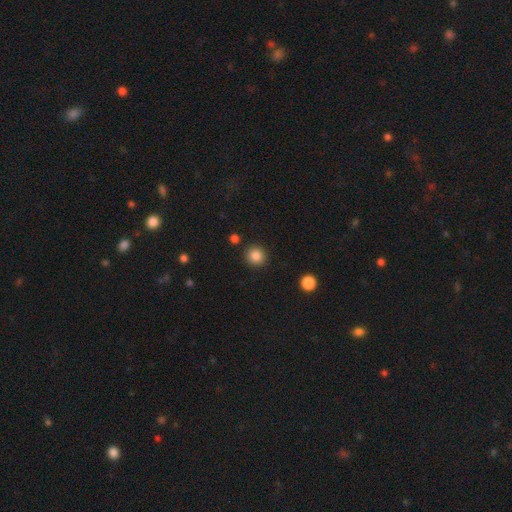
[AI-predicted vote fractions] This is clearly a smooth galaxy (86%). How rounded: clearly round (93%). Merging: clearly none (91%).